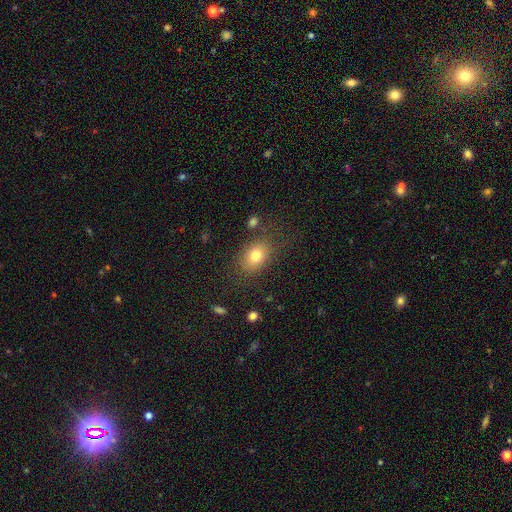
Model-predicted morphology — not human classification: Smooth or featured?
  - smooth: 78% *
  - featured or disk: 12%
  - star or artifact: 10%
How rounded?
  - in between: 71% *
  - round: 27%
  - cigar-shaped: 1%
Merging?
  - none: 75% *
  - minor disturbance: 15%
  - major disturbance: 7%
  - merger: 3%